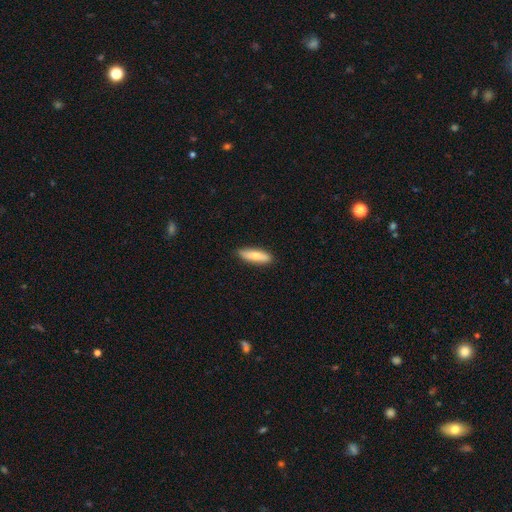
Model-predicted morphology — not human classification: A smooth galaxy with no disk features (74%) that is cigar-shaped (62%).

Vote fractions:
- Smooth or featured? smooth: 74% / featured or disk: 21% / star or artifact: 6%
- How rounded? cigar-shaped: 62% / in between: 36% / round: 2%
- Merging? none: 88% / minor disturbance: 9% / major disturbance: 2% / merger: 1%